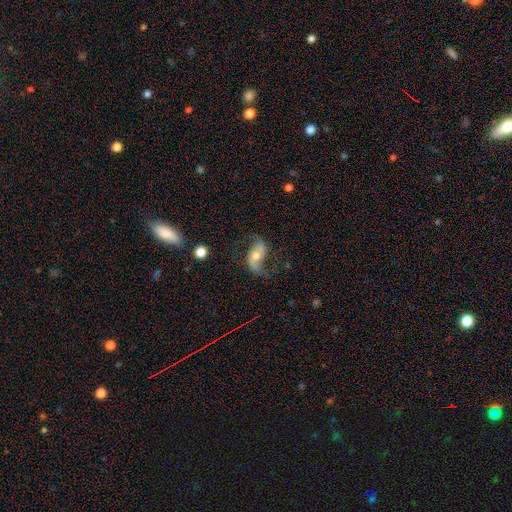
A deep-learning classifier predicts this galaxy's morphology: This is likely a featured or disk galaxy (78%). It is clearly not viewed edge-on (95%). Bar: possibly no (49%). Spiral arm pattern: clearly yes (92%). Spiral arm count: clearly 2 (90%). Spiral winding: likely loose (71%). Central bulge: likely moderate (62%). Merging: likely none (65%).